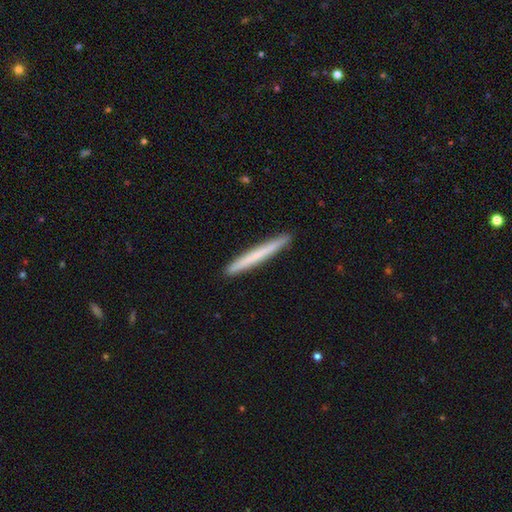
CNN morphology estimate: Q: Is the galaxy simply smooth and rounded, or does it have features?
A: smooth — 64%.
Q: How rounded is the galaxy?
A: cigar-shaped — 97%.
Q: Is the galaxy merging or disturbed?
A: none — 93%.